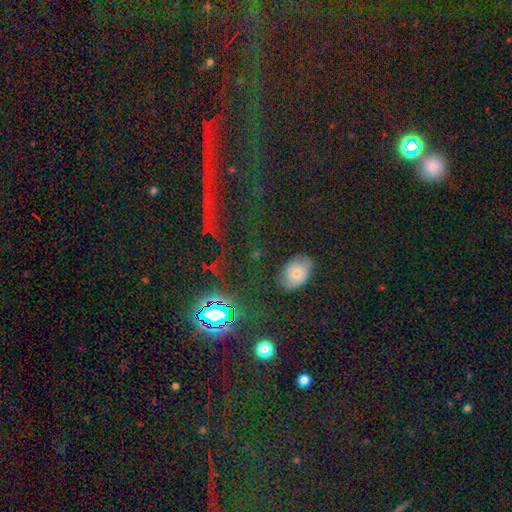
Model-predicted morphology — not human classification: A star or artifact, not a galaxy (44%).